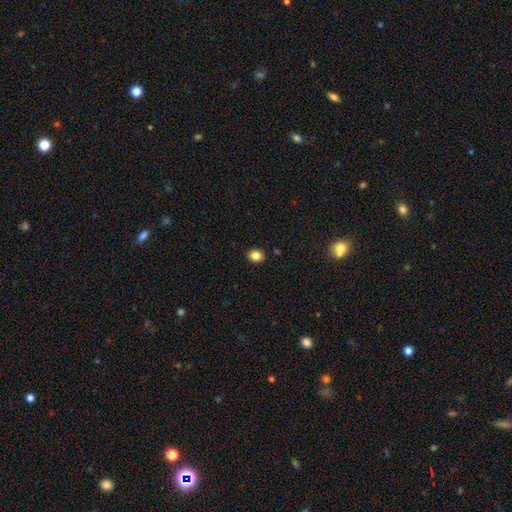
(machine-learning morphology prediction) The model was most divided on "how rounded": round: 66%, in between: 33%, cigar-shaped: 1%. More confident: merging — none (90%); smooth or featured — smooth (83%).